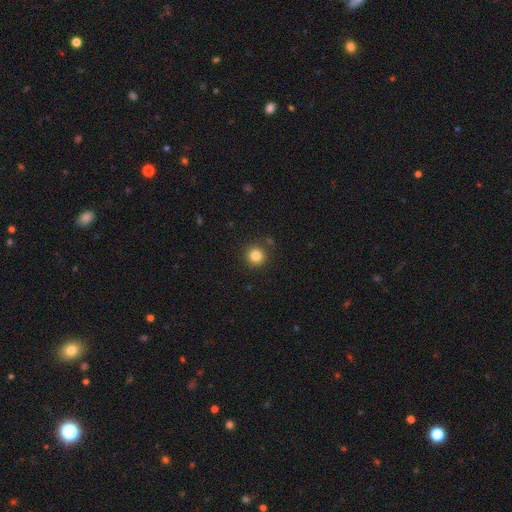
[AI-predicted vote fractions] Smooth or featured?
  - smooth: 83% *
  - star or artifact: 12%
  - featured or disk: 5%
How rounded?
  - round: 95% *
  - in between: 4%
  - cigar-shaped: 1%
Merging?
  - none: 88% *
  - minor disturbance: 7%
  - merger: 2%
  - major disturbance: 2%